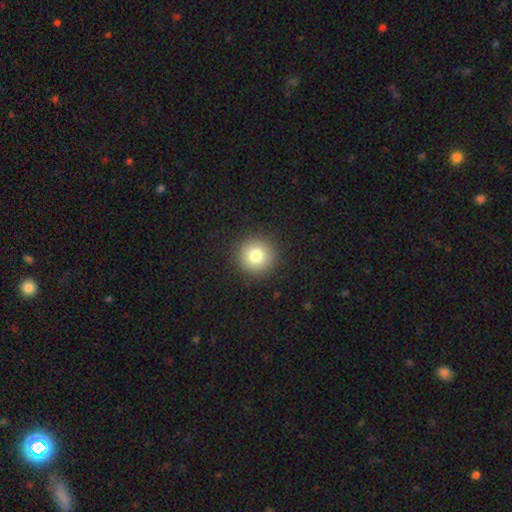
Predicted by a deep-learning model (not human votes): Smooth or featured: smooth — 79% (star or artifact — 11%)
How rounded: round — 95% (in between — 4%)
Merging: none — 92% (minor disturbance — 5%)